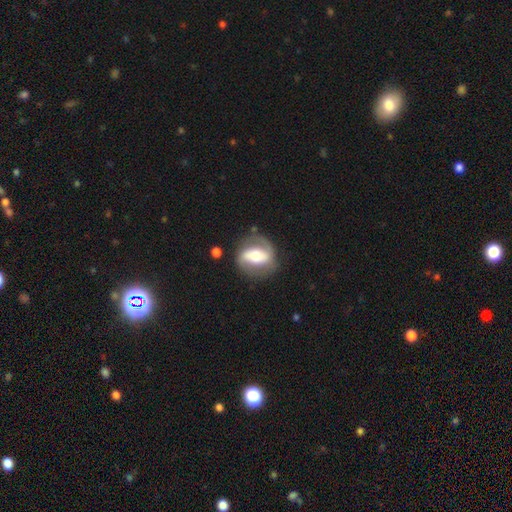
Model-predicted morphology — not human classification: Overall: featured or disk (72%). Edge-on disk: no (95%). Bar: strong (49%; weak 28%). Spiral arms: yes (79%). Spiral arm count: 2 (83%). Spiral winding: medium (43%; loose 31%). Bulge size: moderate (60%). Merging: none (73%).